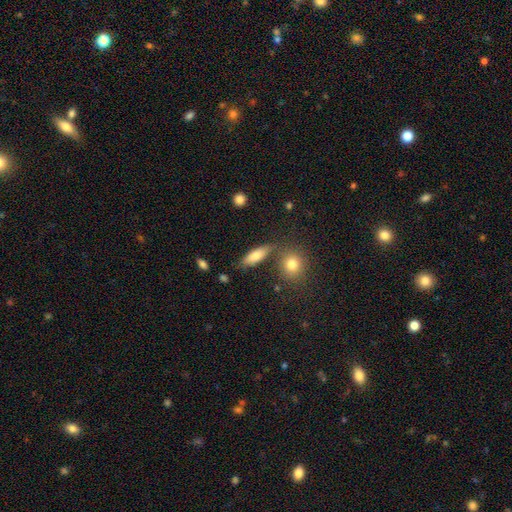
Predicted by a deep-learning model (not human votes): This is likely a smooth galaxy (77%). How rounded: likely in between (61%). Merging: likely none (69%).